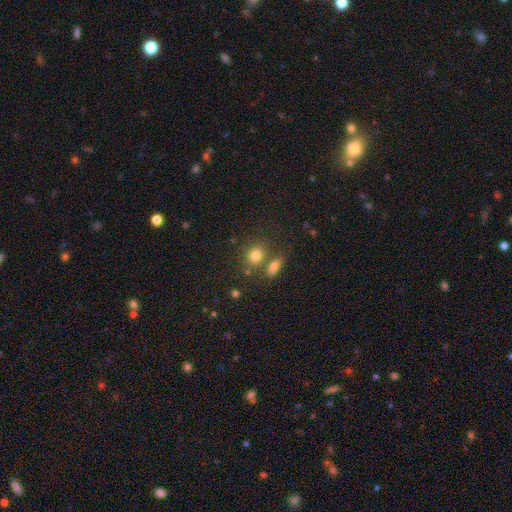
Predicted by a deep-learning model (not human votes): smooth 79%, star or artifact 12%, featured or disk 9%. Down the decision tree: how rounded — round (56%); merging — none (60%).